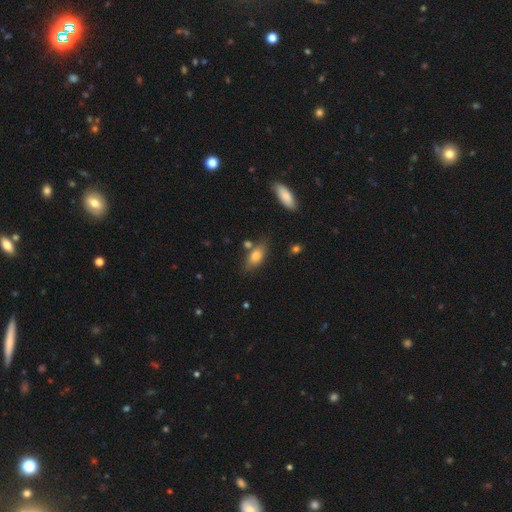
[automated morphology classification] smooth_or_featured: smooth (p=0.76) [alt: featured or disk p=0.16]
how_rounded: in between (p=0.83) [alt: cigar-shaped p=0.12]
merging: none (p=0.70) [alt: minor disturbance p=0.16]